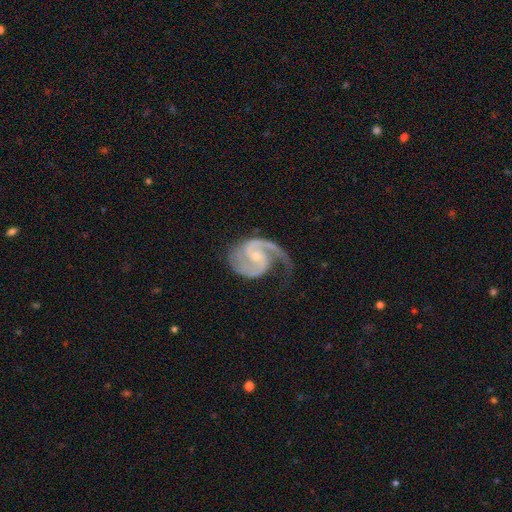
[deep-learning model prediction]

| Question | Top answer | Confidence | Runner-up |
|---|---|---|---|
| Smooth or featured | featured or disk | 92% | star or artifact (4%) |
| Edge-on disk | no | 98% | yes (2%) |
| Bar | no | 48% | weak (40%) |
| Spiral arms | yes | 98% | no (2%) |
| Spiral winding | medium | 58% | tight (23%) |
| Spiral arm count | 2 | 83% | 1 (9%) |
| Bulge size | small | 67% | moderate (27%) |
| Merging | none | 52% | minor disturbance (23%) |